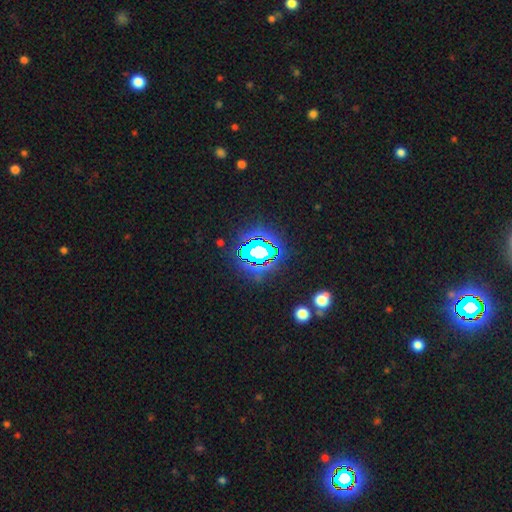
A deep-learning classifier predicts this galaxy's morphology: Smooth or featured? star or artifact (84%)